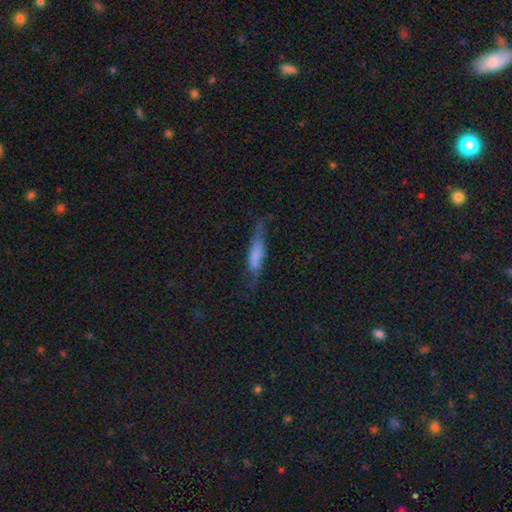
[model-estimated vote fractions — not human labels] This is likely a smooth galaxy (62%). How rounded: likely cigar-shaped (71%). Merging: possibly none (48%).